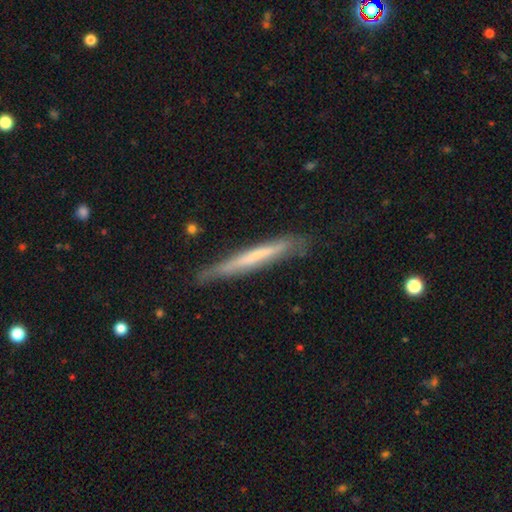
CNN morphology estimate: featured or disk 52%, smooth 42%, star or artifact 6%. Down the decision tree: edge-on disk — yes (91%); merging — none (77%).